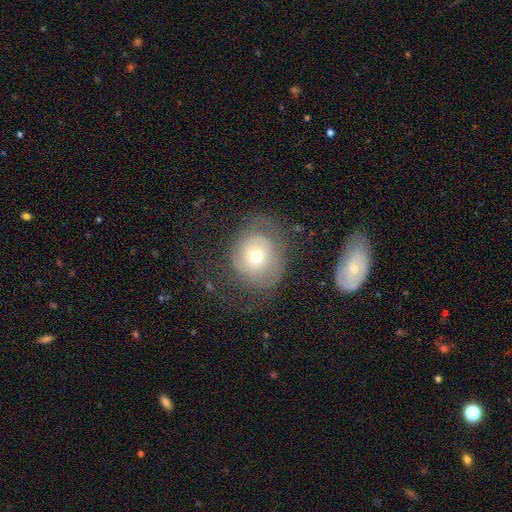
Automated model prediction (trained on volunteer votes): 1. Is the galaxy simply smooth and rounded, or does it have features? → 45% smooth (tied), 45% featured or disk (tied), 10% star or artifact.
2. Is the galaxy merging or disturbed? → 49% none, 26% major disturbance, 21% minor disturbance, 4% merger.